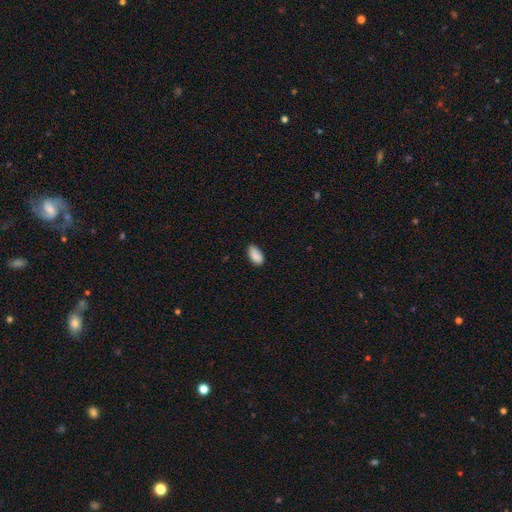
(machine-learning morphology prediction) This is clearly a smooth galaxy (88%). How rounded: clearly in between (93%). Merging: likely none (76%).